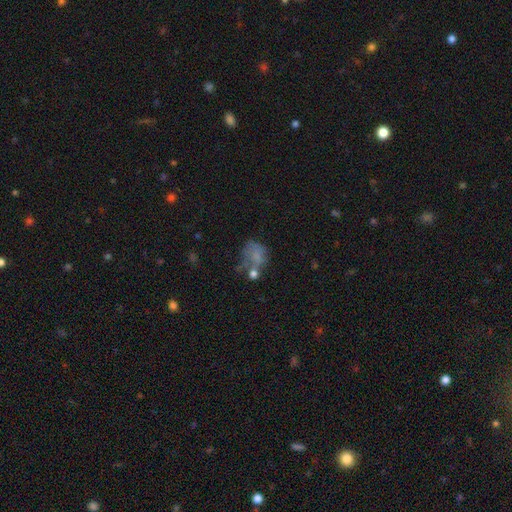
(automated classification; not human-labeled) Smooth or featured? smooth (53%)
How rounded? in between (61%)
Merging? major disturbance (34%)